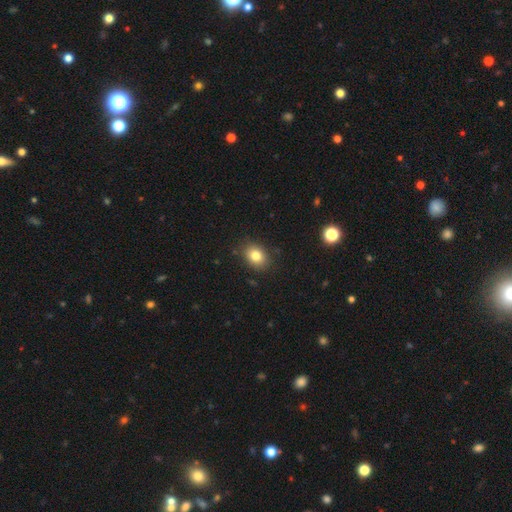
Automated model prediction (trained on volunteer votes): Morphology: type=smooth (81%); roundness=in between (62%); merging=none (85%).